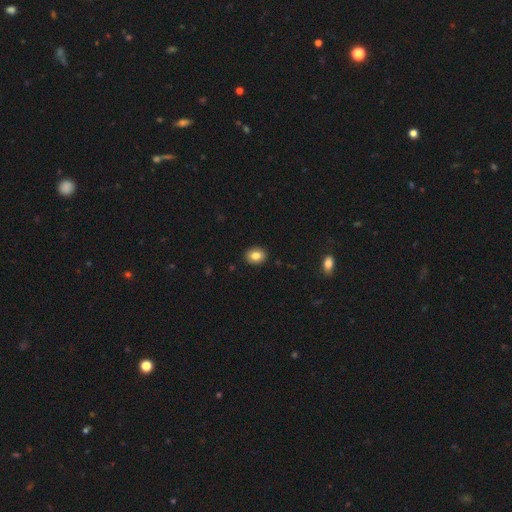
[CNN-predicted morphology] Smooth or featured: smooth — 83% (star or artifact — 9%)
How rounded: round — 51% (in between — 48%)
Merging: none — 91% (minor disturbance — 7%)